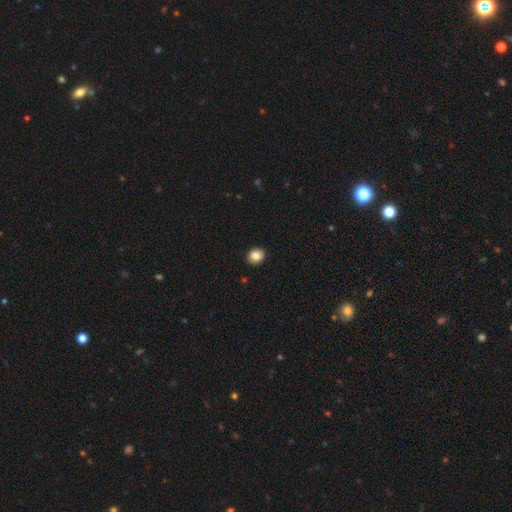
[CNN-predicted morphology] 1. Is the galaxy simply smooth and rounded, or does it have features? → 85% smooth, 9% star or artifact, 7% featured or disk.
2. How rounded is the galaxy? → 63% round, 36% in between, 1% cigar-shaped.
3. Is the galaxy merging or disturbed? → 91% none, 6% minor disturbance, 2% major disturbance, 1% merger.